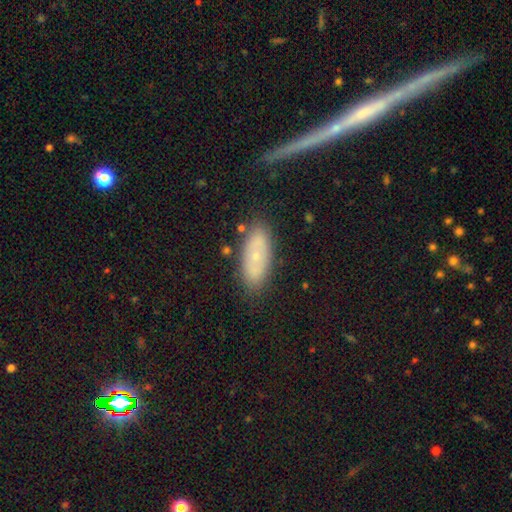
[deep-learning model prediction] Smooth or featured: smooth — 56% (featured or disk — 35%)
How rounded: in between — 80% (cigar-shaped — 16%)
Merging: none — 80% (minor disturbance — 13%)